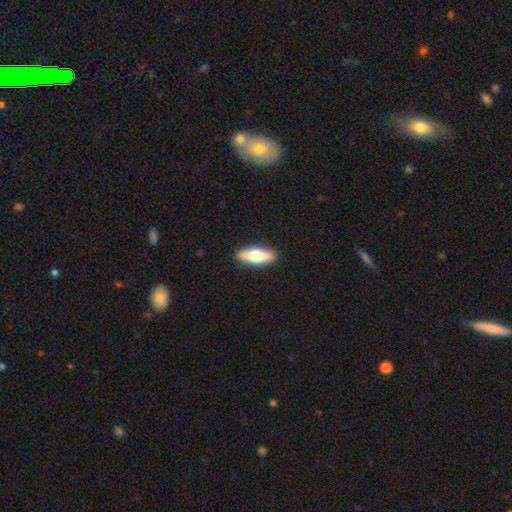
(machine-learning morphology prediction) Smooth or featured: smooth — 60% (featured or disk — 34%)
How rounded: in between — 58% (cigar-shaped — 39%)
Merging: none — 90% (minor disturbance — 7%)